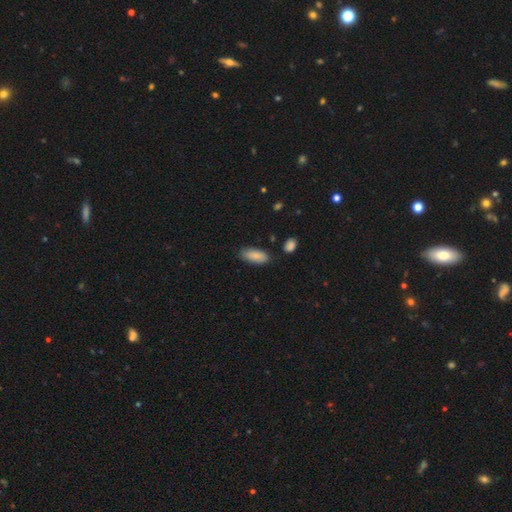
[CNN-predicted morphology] Smooth or featured: smooth — 84% (featured or disk — 9%)
How rounded: in between — 85% (cigar-shaped — 13%)
Merging: none — 80% (minor disturbance — 14%)